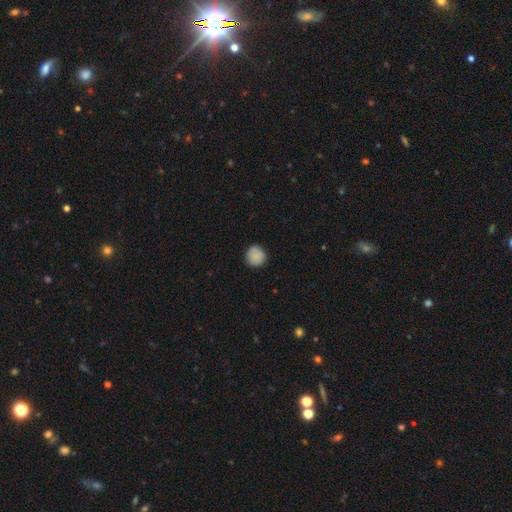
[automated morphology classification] Overall: smooth (88%). How rounded: round (92%). Merging: none (88%).